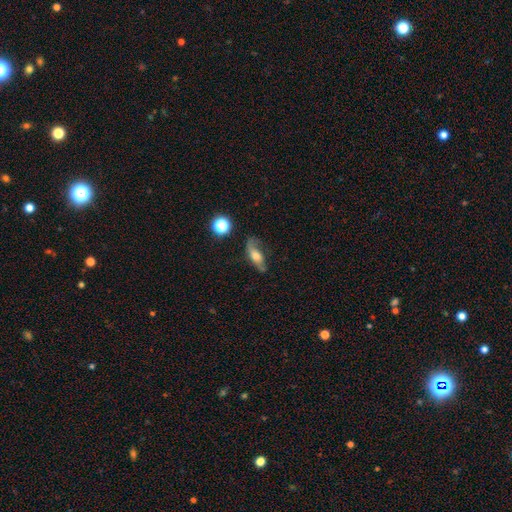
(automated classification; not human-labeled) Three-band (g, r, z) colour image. It shows a smooth galaxy with no disk features (50%). Merging: none (55%).